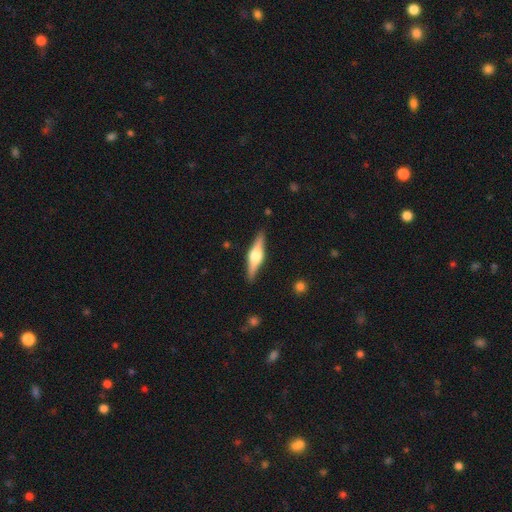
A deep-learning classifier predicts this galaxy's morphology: Smooth or featured: featured or disk — 71% (smooth — 24%)
Edge-on disk: yes — 97% (no — 3%)
Edge-on bulge: rounded — 93% (boxy — 6%)
Merging: none — 89% (minor disturbance — 8%)